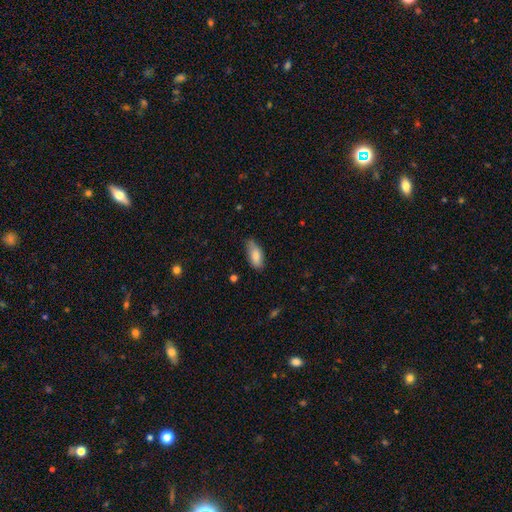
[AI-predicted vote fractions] A smooth galaxy with no disk features (81%) that is in between round and cigar-shaped (85%).

Vote fractions:
- Smooth or featured? smooth: 81% / featured or disk: 12% / star or artifact: 7%
- How rounded? in between: 85% / cigar-shaped: 13% / round: 2%
- Merging? none: 66% / minor disturbance: 28% / major disturbance: 4% / merger: 2%